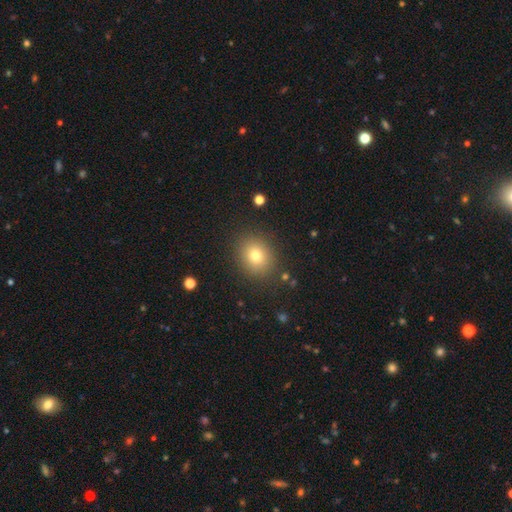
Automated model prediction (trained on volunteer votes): smooth-or-featured: smooth: 76% | star or artifact: 14% | featured or disk: 10%
  how-rounded: round: 69% | in between: 31% | cigar-shaped: 1%
  merging: none: 87% | minor disturbance: 8% | major disturbance: 3% | merger: 2%